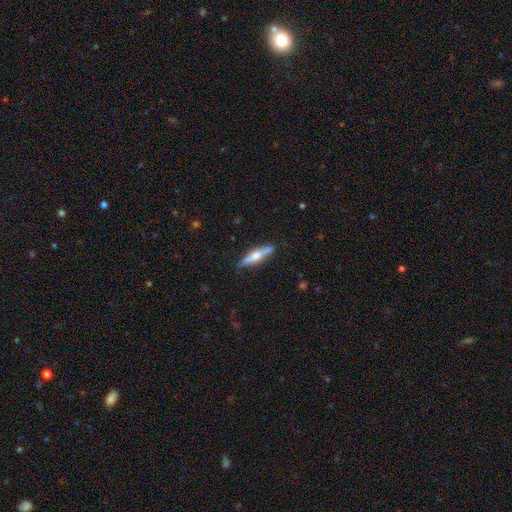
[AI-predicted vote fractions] A featured or disk galaxy (52%) viewed edge-on (94%). Merging: none (81%).